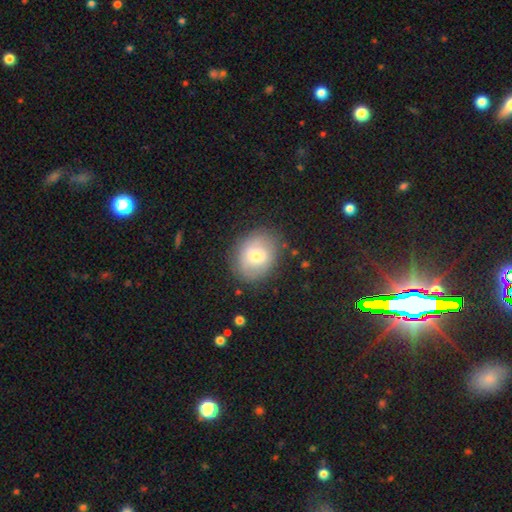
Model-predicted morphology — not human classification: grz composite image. It shows a smooth galaxy with no disk features (60%) that is round (59%). Merging: none (78%).